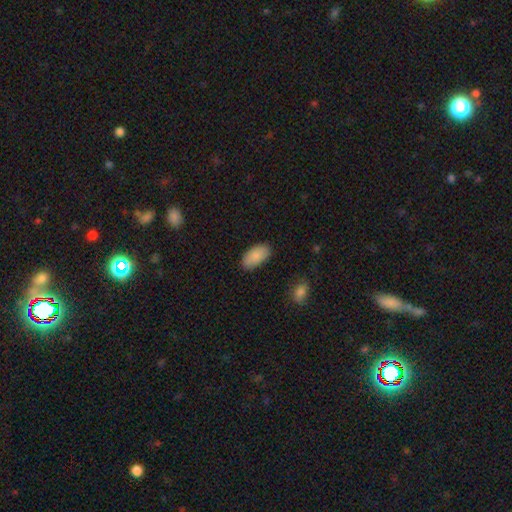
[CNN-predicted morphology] The model was most divided on "merging": none: 84%, minor disturbance: 13%, major disturbance: 2%, merger: 1%. More confident: how rounded — in between (95%); smooth or featured — smooth (88%).